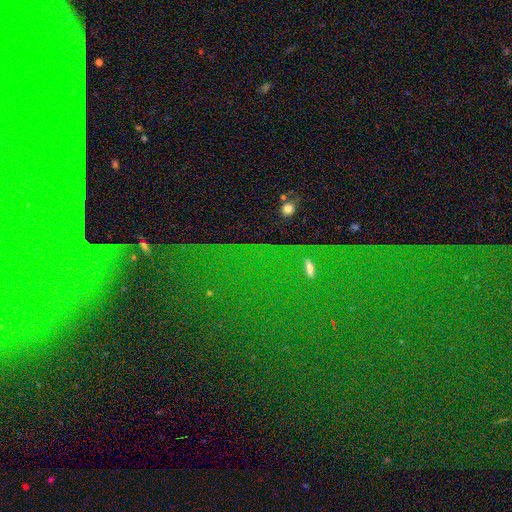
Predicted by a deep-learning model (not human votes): Smooth or featured? Predicted: star or artifact (p=0.79).